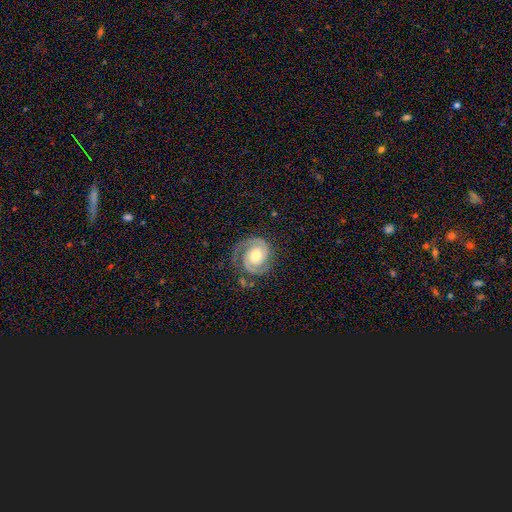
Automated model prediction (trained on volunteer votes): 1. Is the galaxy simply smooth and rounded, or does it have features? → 91% featured or disk, 5% smooth, 4% star or artifact.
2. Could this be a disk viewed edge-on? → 98% no, 2% yes.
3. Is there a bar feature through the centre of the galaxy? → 68% no, 25% weak, 8% strong.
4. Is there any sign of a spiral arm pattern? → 98% yes, 2% no.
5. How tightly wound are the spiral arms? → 63% tight, 33% medium, 5% loose.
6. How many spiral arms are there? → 90% 2, 3% 1, 2% can't tell, 2% 3, 1% 4, 1% more than 4.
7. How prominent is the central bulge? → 70% moderate, 18% small, 9% large, 1% none, 1% dominant.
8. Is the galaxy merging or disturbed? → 77% none, 15% minor disturbance, 6% major disturbance, 2% merger.